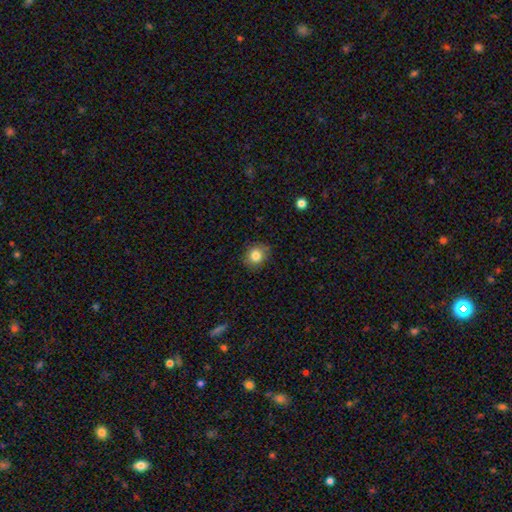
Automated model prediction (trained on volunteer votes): Overall: smooth (82%). How rounded: round (77%). Merging: none (81%).